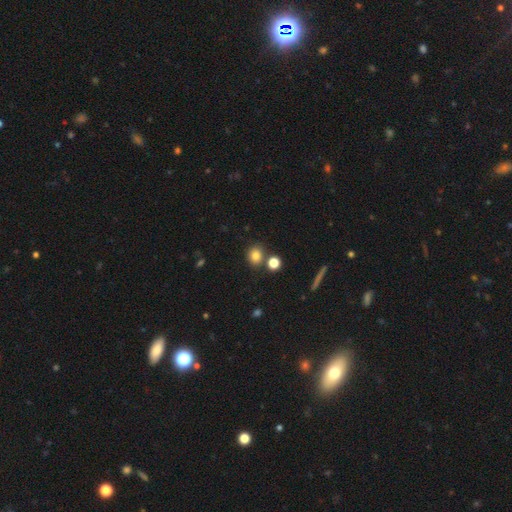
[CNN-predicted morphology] Smooth or featured? smooth (81%)
How rounded? round (71%)
Merging? none (74%)